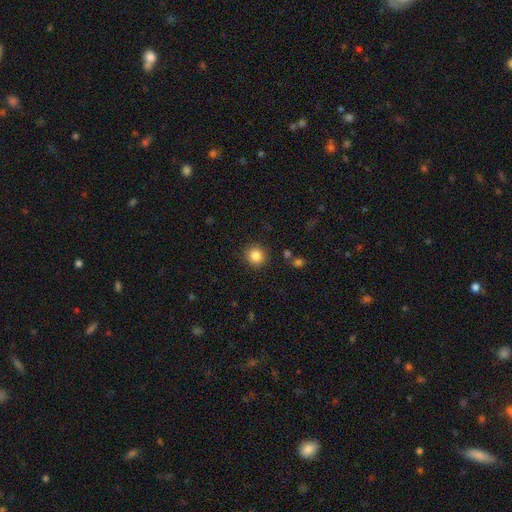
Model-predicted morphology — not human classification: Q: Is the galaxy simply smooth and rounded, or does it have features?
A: smooth — 85%.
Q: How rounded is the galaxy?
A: round — 90%.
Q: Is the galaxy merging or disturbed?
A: none — 88%.